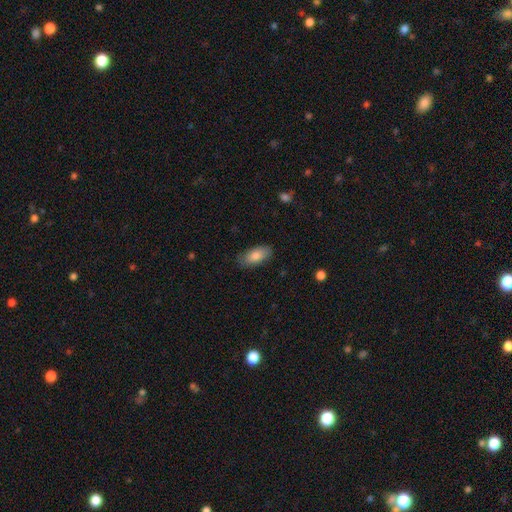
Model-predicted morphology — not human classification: Overall: smooth (84%). How rounded: in between (91%). Merging: none (82%).